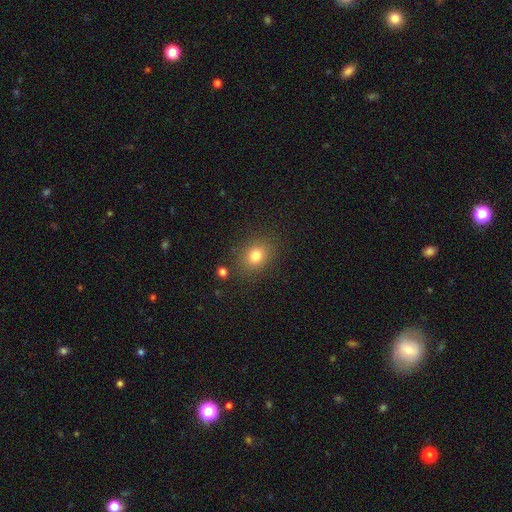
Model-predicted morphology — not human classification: A smooth galaxy with no disk features (80%) that is round (54%).

Vote fractions:
- Smooth or featured? smooth: 80% / star or artifact: 13% / featured or disk: 8%
- How rounded? round: 54% / in between: 44% / cigar-shaped: 1%
- Merging? none: 83% / minor disturbance: 10% / major disturbance: 4% / merger: 3%